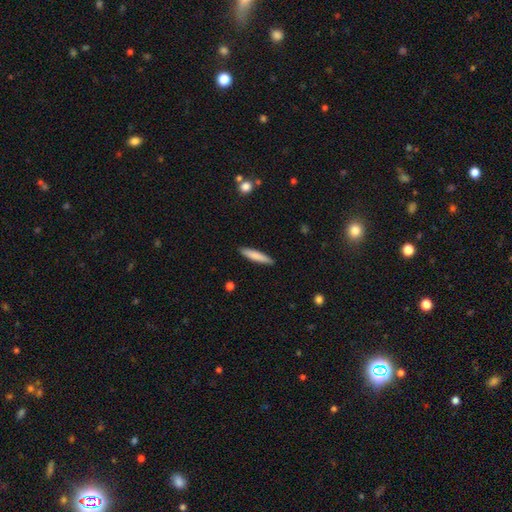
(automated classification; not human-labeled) Smooth or featured?
  - smooth: 80% *
  - featured or disk: 15%
  - star or artifact: 6%
How rounded?
  - cigar-shaped: 88% *
  - in between: 10%
  - round: 1%
Merging?
  - none: 90% *
  - minor disturbance: 7%
  - major disturbance: 2%
  - merger: 1%